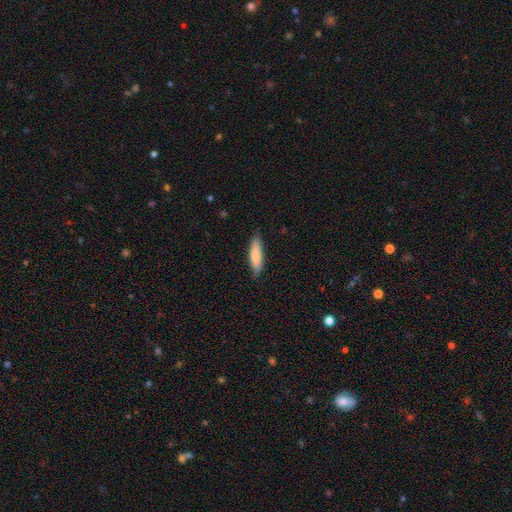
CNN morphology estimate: Overall: smooth (83%). How rounded: cigar-shaped (66%; in between 32%). Merging: none (83%).